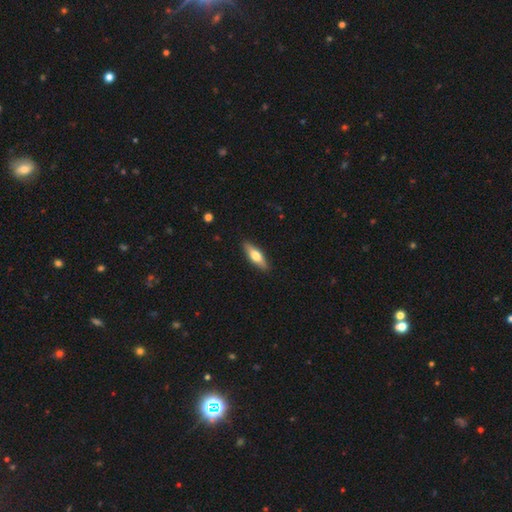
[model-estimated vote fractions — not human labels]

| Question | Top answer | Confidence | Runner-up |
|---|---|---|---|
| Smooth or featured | smooth | 59% | featured or disk (35%) |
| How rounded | cigar-shaped | 51% | in between (47%) |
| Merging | none | 89% | minor disturbance (9%) |